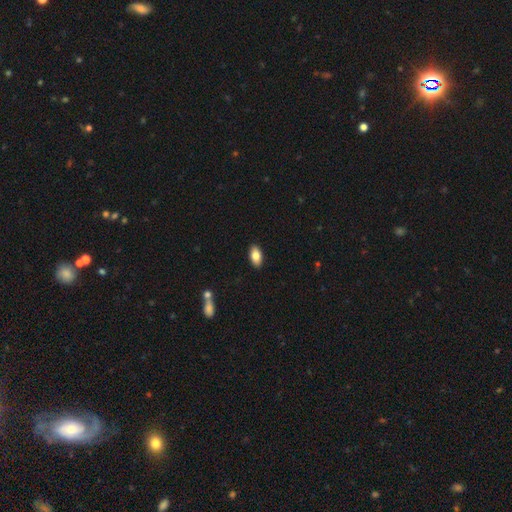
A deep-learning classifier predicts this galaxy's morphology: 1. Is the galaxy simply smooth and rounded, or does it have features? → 81% smooth, 12% featured or disk, 7% star or artifact.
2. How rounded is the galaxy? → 93% in between, 4% round, 4% cigar-shaped.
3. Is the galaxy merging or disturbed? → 90% none, 7% minor disturbance, 2% major disturbance, 1% merger.